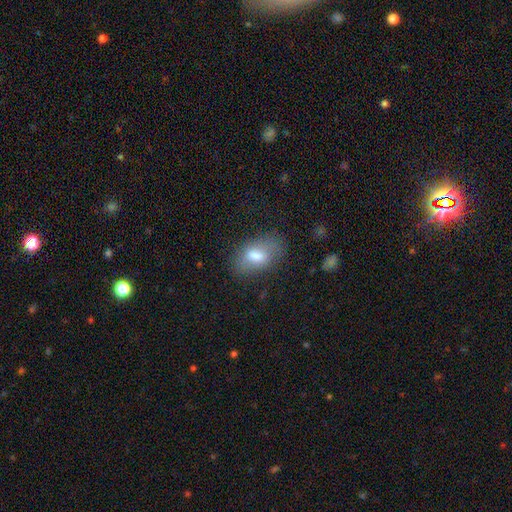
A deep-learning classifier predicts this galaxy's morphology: type=smooth (70%); roundness=in between (89%); merging=none (68%).